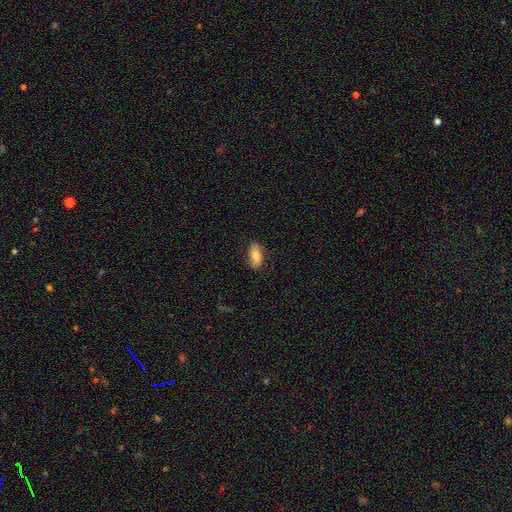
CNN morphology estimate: smooth 78%, featured or disk 15%, star or artifact 7%. Down the decision tree: how rounded — in between (90%); merging — none (82%).